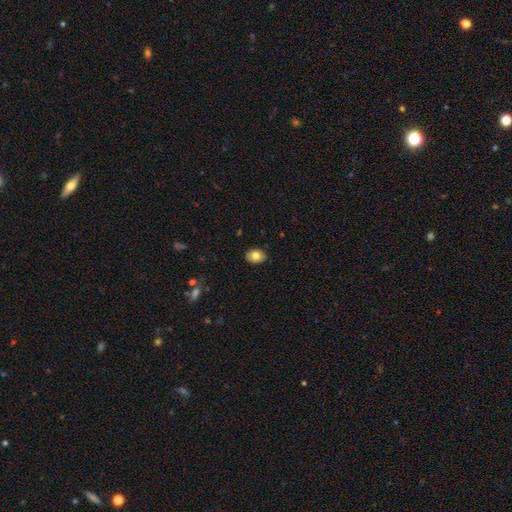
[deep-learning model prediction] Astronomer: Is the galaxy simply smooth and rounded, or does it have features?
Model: smooth — 74%.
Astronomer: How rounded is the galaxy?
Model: in between — 70%.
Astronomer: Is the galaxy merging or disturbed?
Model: none — 87%.